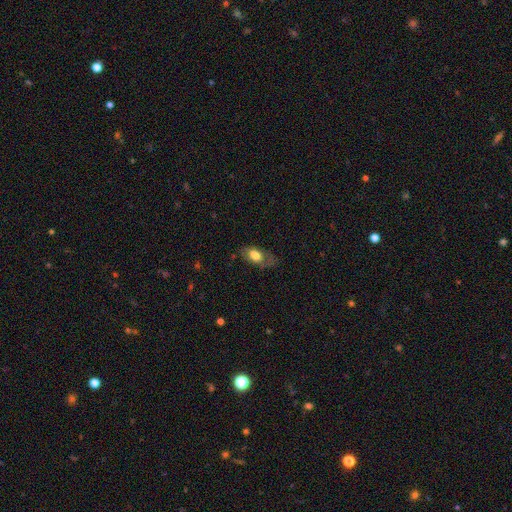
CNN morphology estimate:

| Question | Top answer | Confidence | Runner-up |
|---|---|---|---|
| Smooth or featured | smooth | 64% | featured or disk (29%) |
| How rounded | in between | 89% | round (6%) |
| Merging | none | 57% | minor disturbance (26%) |